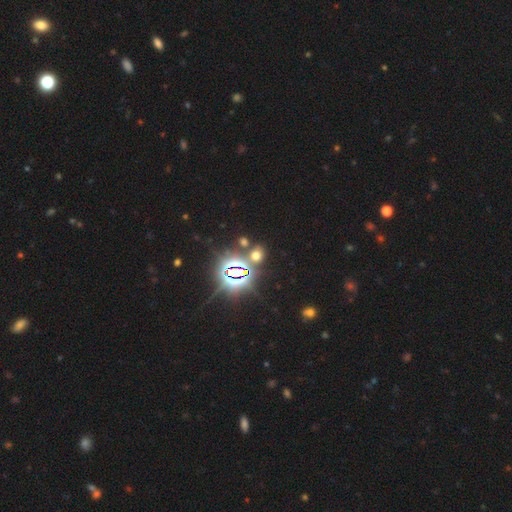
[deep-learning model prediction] Smooth or featured? star or artifact (53%)